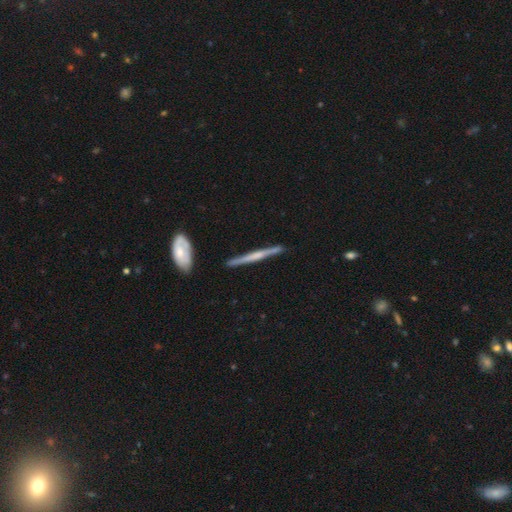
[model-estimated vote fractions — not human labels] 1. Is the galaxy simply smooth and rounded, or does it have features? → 66% featured or disk, 29% smooth, 5% star or artifact.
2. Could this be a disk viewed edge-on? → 97% yes, 3% no.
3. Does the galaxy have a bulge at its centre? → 45% none, 39% rounded, 15% boxy.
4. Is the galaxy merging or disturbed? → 86% none, 10% minor disturbance, 2% merger, 2% major disturbance.